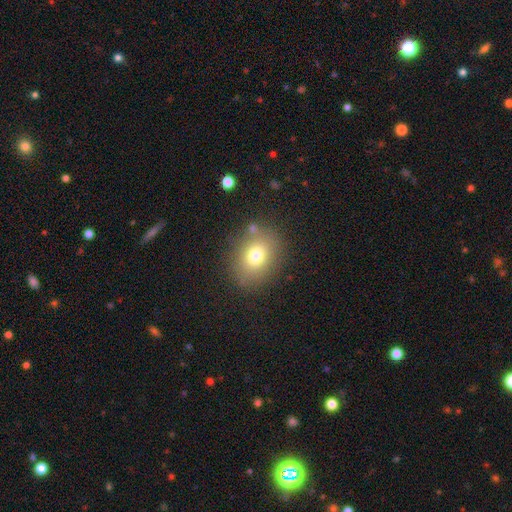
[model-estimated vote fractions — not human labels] The model was most divided on "how rounded": in between: 50%, round: 49%, cigar-shaped: 1%. More confident: merging — none (80%); smooth or featured — smooth (75%).